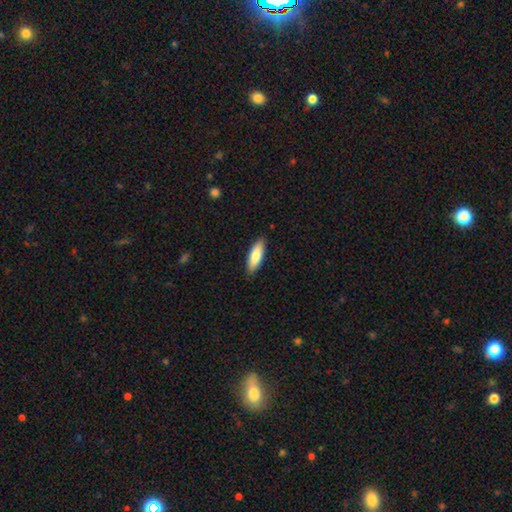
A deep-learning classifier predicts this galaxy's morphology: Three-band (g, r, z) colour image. It shows a smooth galaxy with no disk features (81%) that is in between round and cigar-shaped (62%). Merging: none (86%).